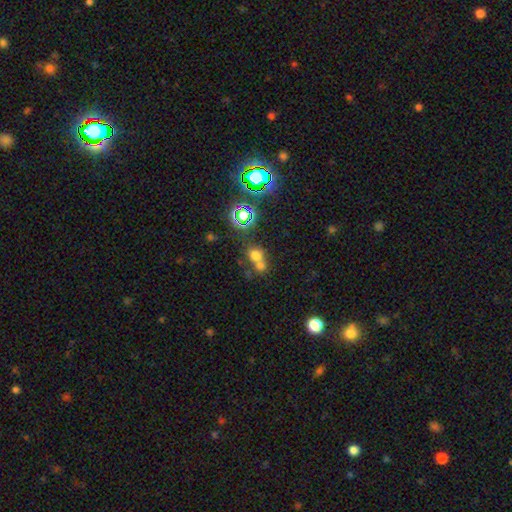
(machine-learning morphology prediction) A smooth galaxy with no disk features (62%) that is round (68%).

Vote fractions:
- Smooth or featured? smooth: 62% / star or artifact: 26% / featured or disk: 12%
- How rounded? round: 68% / in between: 31% / cigar-shaped: 1%
- Merging? merger: 51% / none: 38% / minor disturbance: 7% / major disturbance: 4%